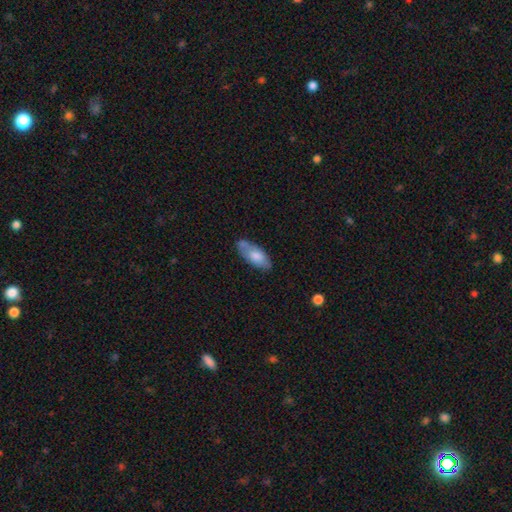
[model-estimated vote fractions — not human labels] smooth_or_featured: smooth (p=0.68) [alt: featured or disk p=0.25]
how_rounded: in between (p=0.83) [alt: cigar-shaped p=0.15]
merging: none (p=0.61) [alt: minor disturbance p=0.24]